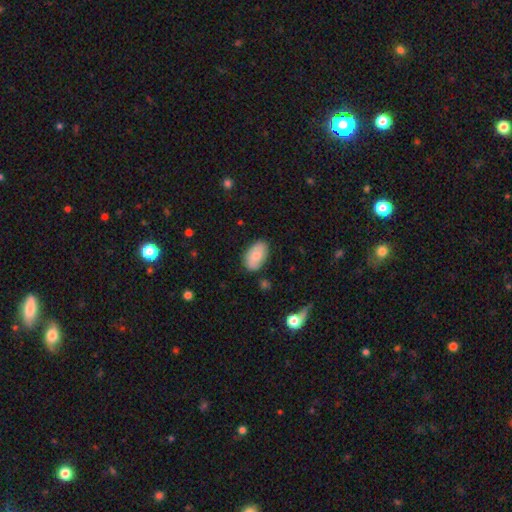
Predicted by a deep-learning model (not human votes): This appears to be a smooth galaxy with no disk features (76%) that is in between round and cigar-shaped (93%). Merging: none (81%).